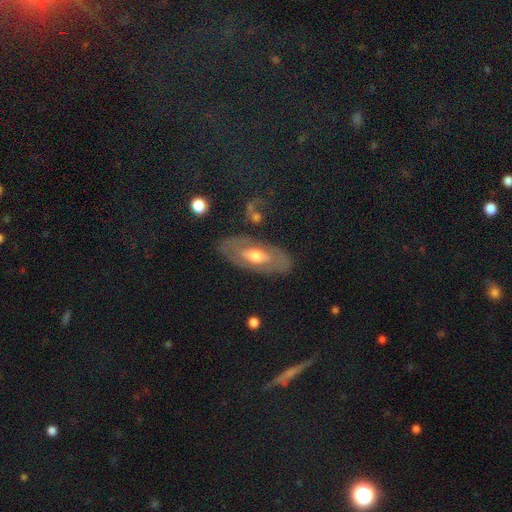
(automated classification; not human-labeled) This appears to be a featured or disk galaxy (64%) with no bar (70%), no spiral arms (66%) and a moderate central bulge (71%). Merging: none (79%).